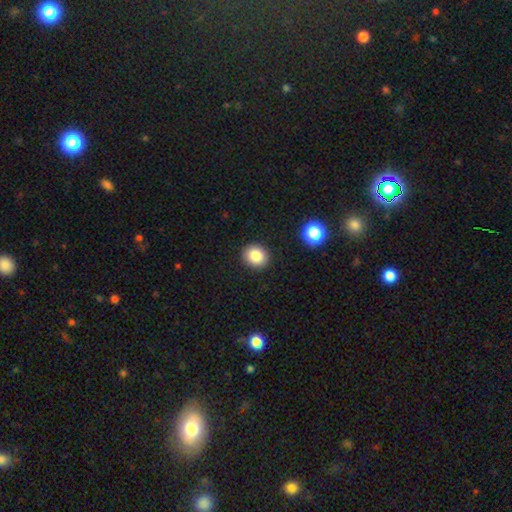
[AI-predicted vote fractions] A smooth galaxy with no disk features (85%) that is round (75%).

Vote fractions:
- Smooth or featured? smooth: 85% / star or artifact: 10% / featured or disk: 5%
- How rounded? round: 75% / in between: 25% / cigar-shaped: 1%
- Merging? none: 90% / minor disturbance: 6% / major disturbance: 2% / merger: 1%